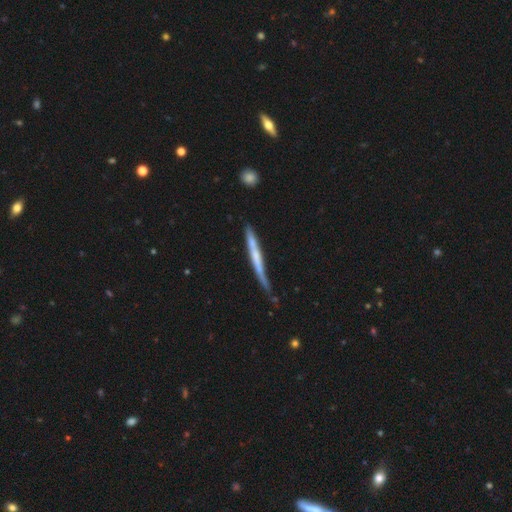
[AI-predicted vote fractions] Smooth or featured? Predicted: featured or disk (p=0.51). Edge-on disk? Predicted: yes (p=0.92). Merging? Predicted: none (p=0.59).